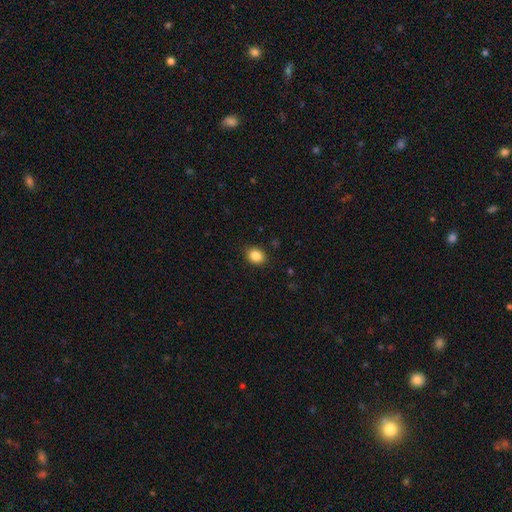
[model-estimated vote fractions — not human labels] Morphology: type=smooth (86%); roundness=in between (55%); merging=none (88%).